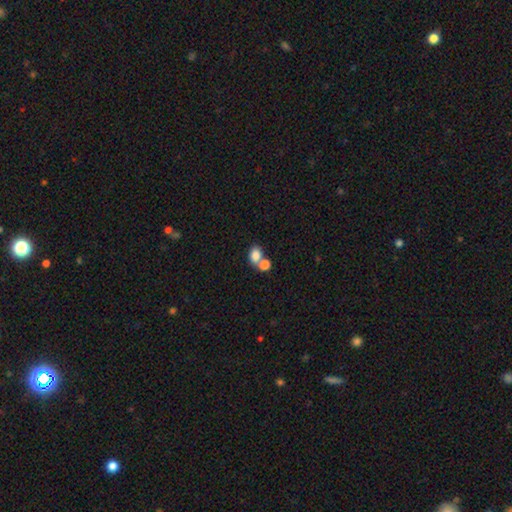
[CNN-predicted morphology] Overall: smooth (82%). How rounded: in between (63%; round 36%). Merging: merger (47%; none 41%).